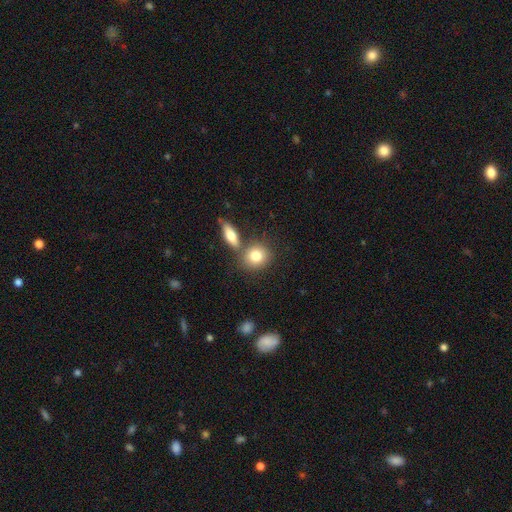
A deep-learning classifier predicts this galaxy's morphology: Smooth or featured? Predicted: smooth (p=0.80). How rounded? Predicted: round (p=0.69). Merging? Predicted: none (p=0.60).